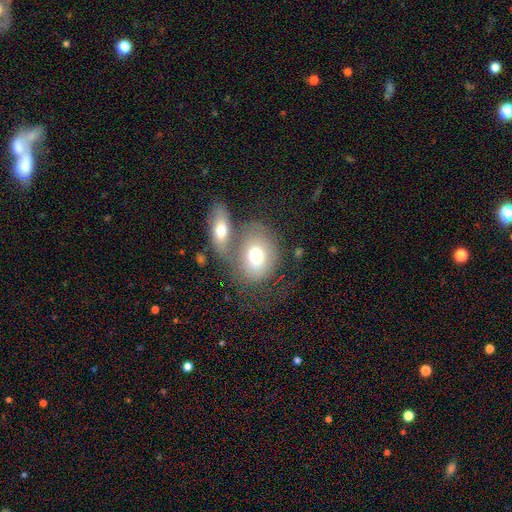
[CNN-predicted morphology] Smooth or featured? smooth (67%)
How rounded? in between (66%)
Merging? merger (52%)